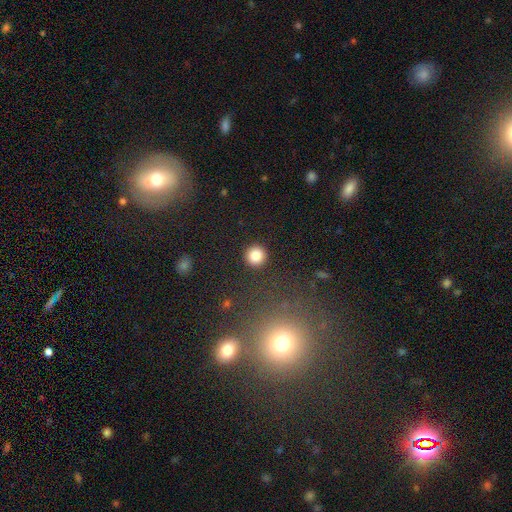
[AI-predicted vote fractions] Smooth or featured? Predicted: smooth (p=0.86). How rounded? Predicted: round (p=0.95). Merging? Predicted: none (p=0.92).